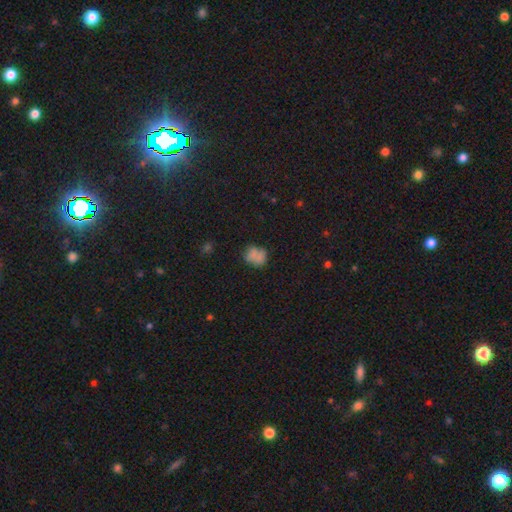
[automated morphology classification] smooth-or-featured: smooth: 67% | featured or disk: 17% | star or artifact: 16%
  how-rounded: round: 58% | in between: 40% | cigar-shaped: 1%
  merging: none: 52% | minor disturbance: 25% | merger: 12% | major disturbance: 11%